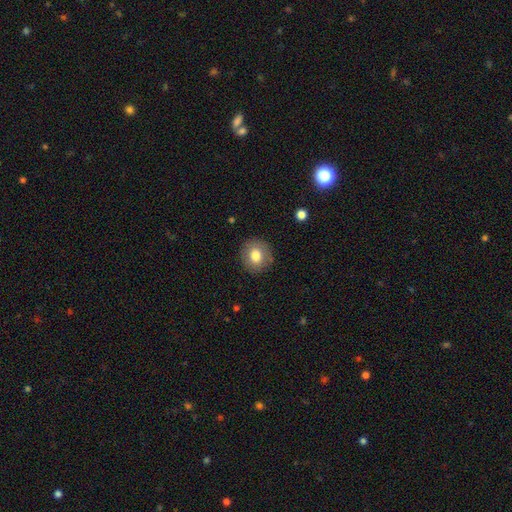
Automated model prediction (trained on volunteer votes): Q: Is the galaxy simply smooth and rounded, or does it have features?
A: smooth — 78%.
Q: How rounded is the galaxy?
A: round — 84%.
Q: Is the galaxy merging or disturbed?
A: none — 88%.